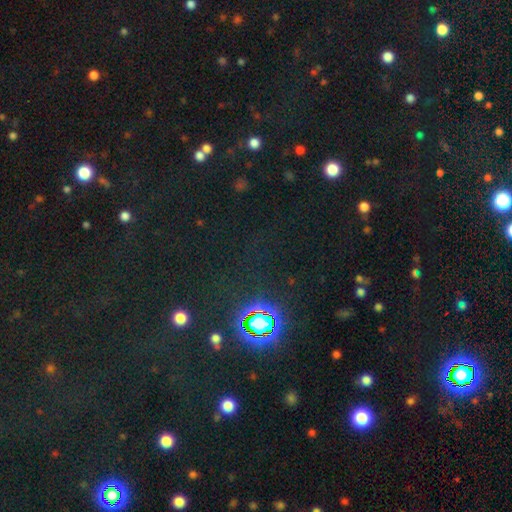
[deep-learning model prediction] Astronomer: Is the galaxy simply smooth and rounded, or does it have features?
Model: star or artifact — 77%.